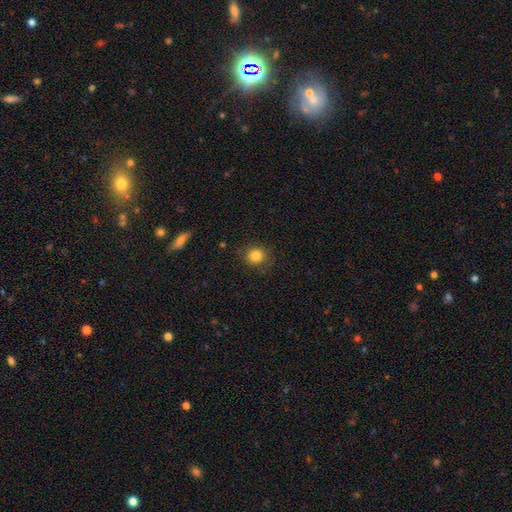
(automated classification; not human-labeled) smooth-or-featured: smooth: 83% | star or artifact: 11% | featured or disk: 6%
  how-rounded: round: 85% | in between: 14% | cigar-shaped: 1%
  merging: none: 82% | minor disturbance: 13% | major disturbance: 4% | merger: 1%